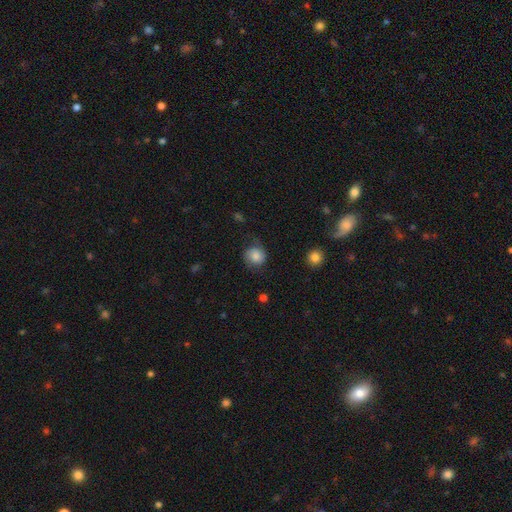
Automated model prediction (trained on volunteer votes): Morphology: type=smooth (72%); roundness=round (81%); merging=none (65%).